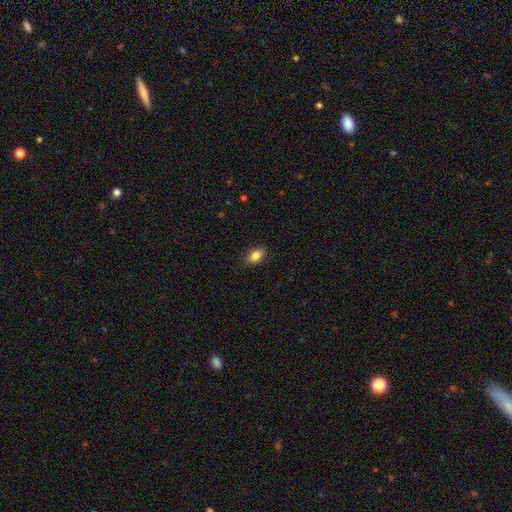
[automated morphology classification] type=smooth (85%); roundness=in between (81%); merging=none (84%).